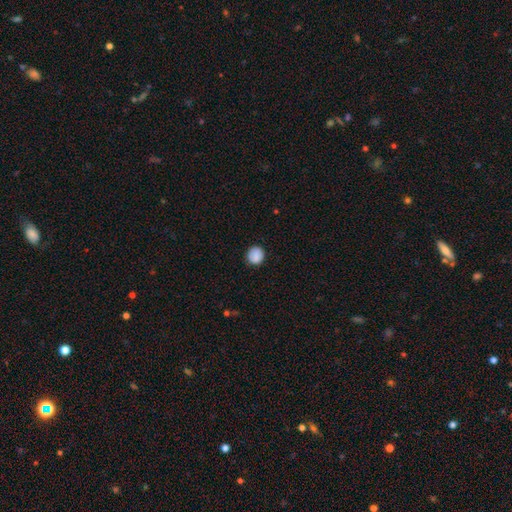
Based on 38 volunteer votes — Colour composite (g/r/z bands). It shows a smooth galaxy with no disk features (84%) that is round (88%). Merging: none (84%).